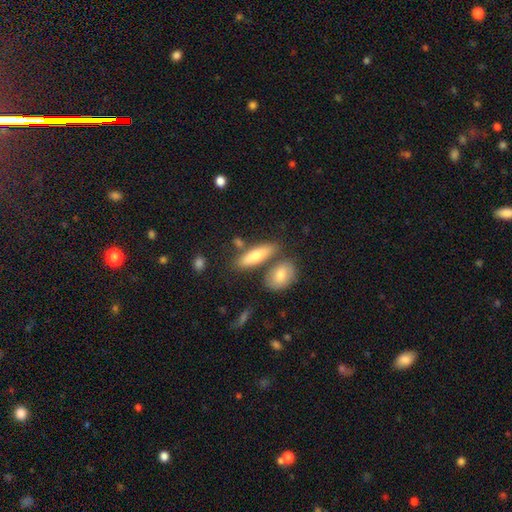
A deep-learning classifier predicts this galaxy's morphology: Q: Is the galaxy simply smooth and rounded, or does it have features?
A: smooth — 72%.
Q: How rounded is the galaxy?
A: in between — 50%.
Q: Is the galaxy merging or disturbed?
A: none — 64%.